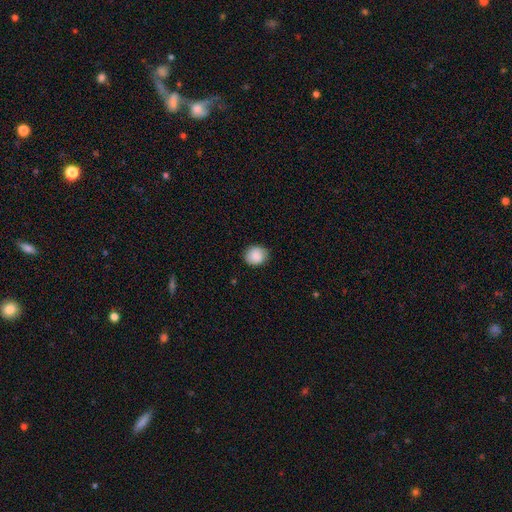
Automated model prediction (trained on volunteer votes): Overall: smooth (88%). How rounded: round (73%). Merging: none (86%).